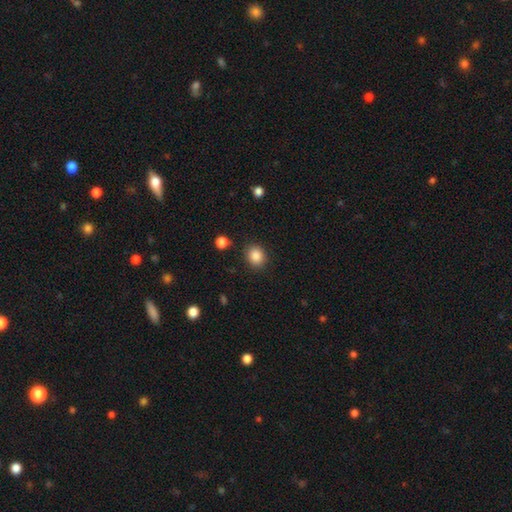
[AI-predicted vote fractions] Morphology: type=smooth (87%); roundness=round (69%); merging=none (87%).